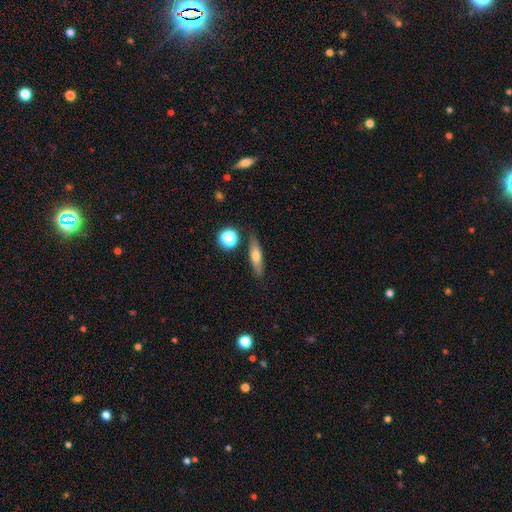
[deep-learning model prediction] A smooth galaxy with no disk features (57%) that is cigar-shaped (66%). Merging: none (84%).